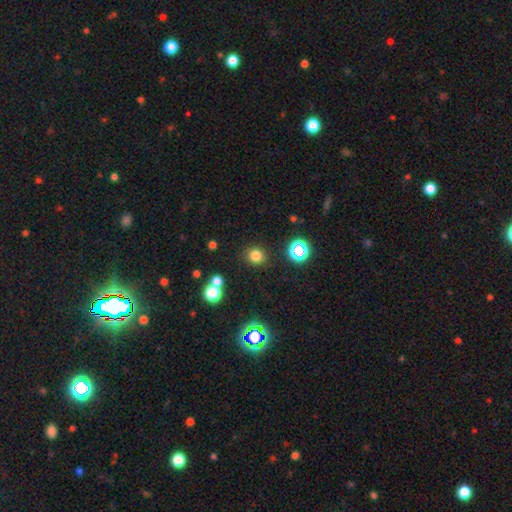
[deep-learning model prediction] A smooth galaxy with no disk features (77%) that is round (90%).

Vote fractions:
- Smooth or featured? smooth: 77% / star or artifact: 18% / featured or disk: 5%
- How rounded? round: 90% / in between: 9% / cigar-shaped: 1%
- Merging? none: 87% / minor disturbance: 7% / merger: 3% / major disturbance: 3%